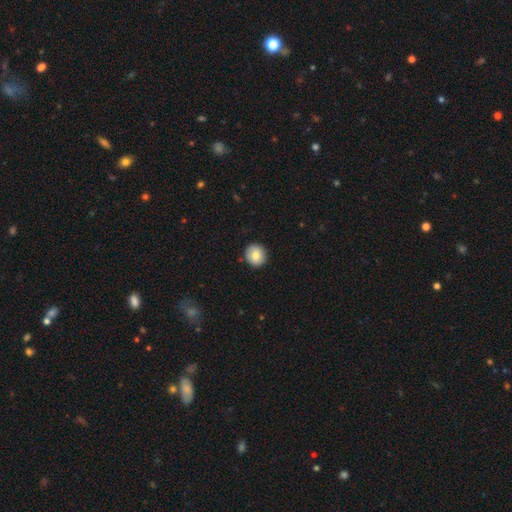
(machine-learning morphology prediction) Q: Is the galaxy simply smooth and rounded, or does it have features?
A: smooth — 81%.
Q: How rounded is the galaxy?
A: round — 89%.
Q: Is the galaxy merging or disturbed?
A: none — 88%.